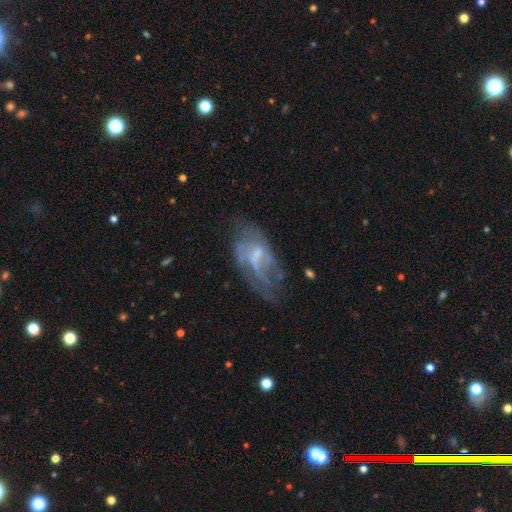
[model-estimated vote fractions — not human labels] This appears to be a featured or disk galaxy (67%) with a weak bar (48%), spiral arms (61%) and a small central bulge (40%). Merging: none (46%).